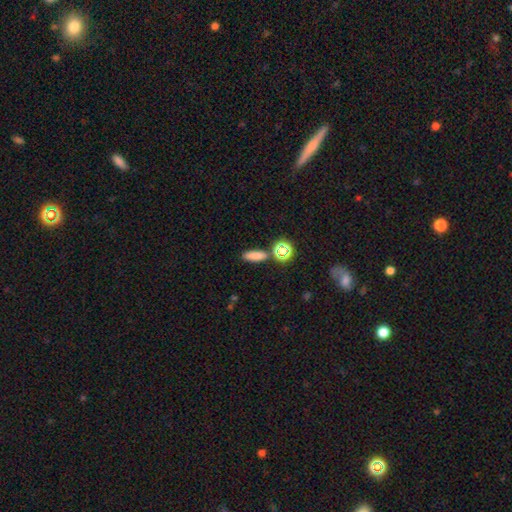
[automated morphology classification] type=smooth (77%); roundness=cigar-shaped (46%); merging=none (79%).